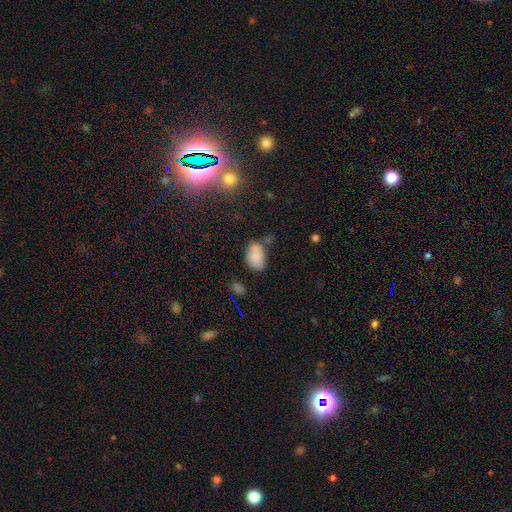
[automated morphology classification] Q: Smooth or featured?
A: smooth (77%); runner-up: featured or disk (13%)
Q: How rounded?
A: in between (86%); runner-up: round (12%)
Q: Merging?
A: none (51%); runner-up: minor disturbance (28%)